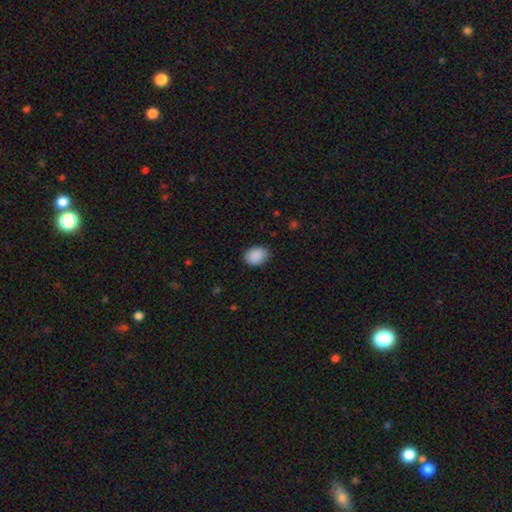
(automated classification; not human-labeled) Q: Smooth or featured?
A: smooth (90%); runner-up: star or artifact (7%)
Q: How rounded?
A: in between (65%); runner-up: round (34%)
Q: Merging?
A: none (82%); runner-up: minor disturbance (15%)